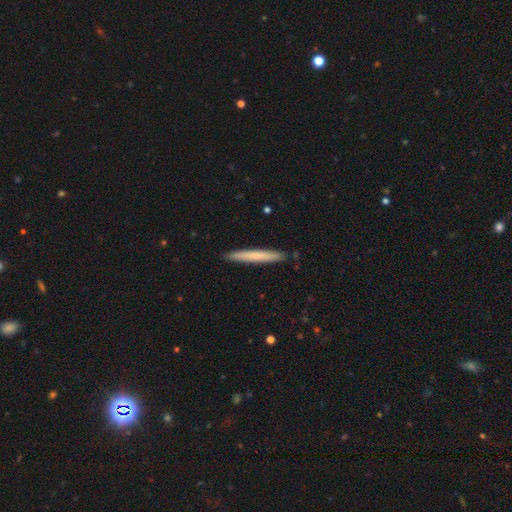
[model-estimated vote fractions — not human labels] The model was most divided on "smooth or featured": smooth: 69%, featured or disk: 26%, star or artifact: 5%. More confident: how rounded — cigar-shaped (97%); merging — none (91%).